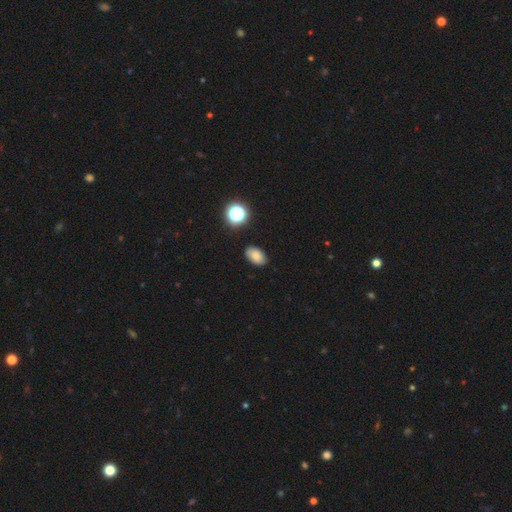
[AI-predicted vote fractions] Overall: smooth (81%). How rounded: in between (89%). Merging: none (86%).